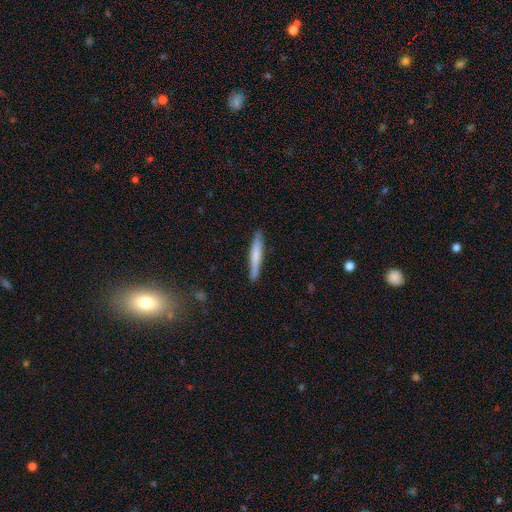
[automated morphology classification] Overall: smooth (69%). How rounded: cigar-shaped (94%). Merging: none (87%).